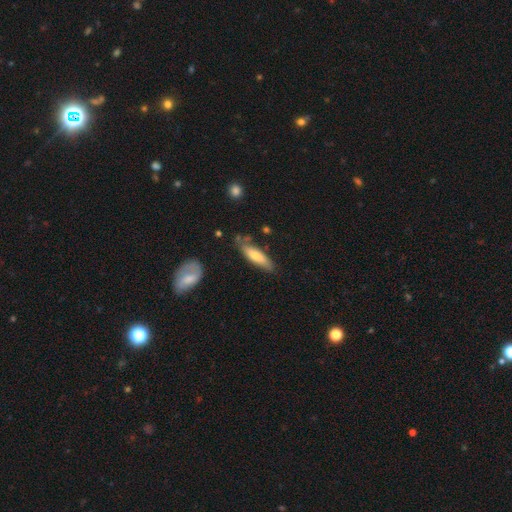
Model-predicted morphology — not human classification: Smooth or featured? Predicted: smooth (p=0.67). How rounded? Predicted: cigar-shaped (p=0.59). Merging? Predicted: none (p=0.67).